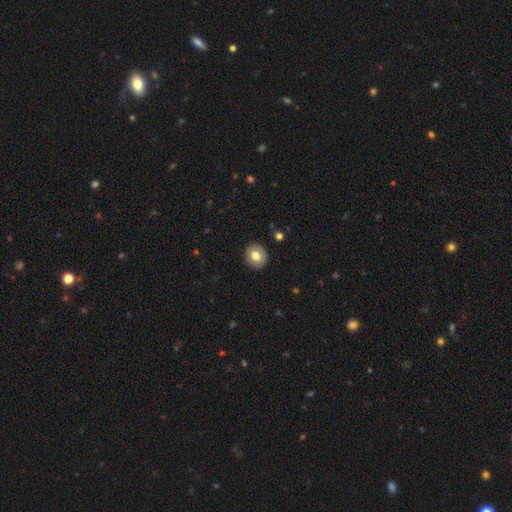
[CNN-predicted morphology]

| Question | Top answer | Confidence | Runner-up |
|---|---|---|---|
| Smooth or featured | smooth | 74% | featured or disk (18%) |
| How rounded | round | 80% | in between (19%) |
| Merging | none | 90% | minor disturbance (7%) |